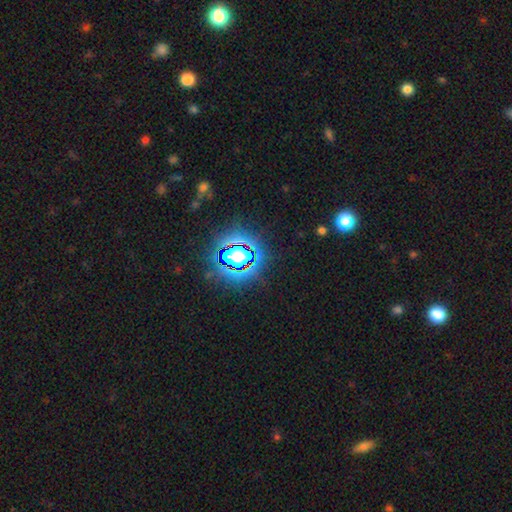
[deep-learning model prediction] A star or artifact, not a galaxy (82%).